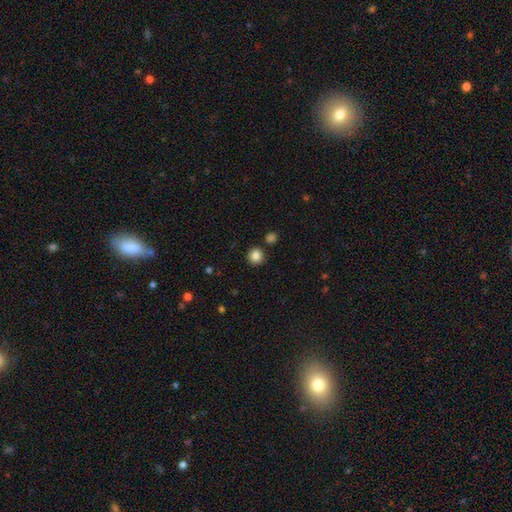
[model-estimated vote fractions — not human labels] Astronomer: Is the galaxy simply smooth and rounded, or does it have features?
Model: smooth — 85%.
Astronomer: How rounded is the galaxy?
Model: round — 92%.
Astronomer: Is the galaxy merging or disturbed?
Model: none — 88%.